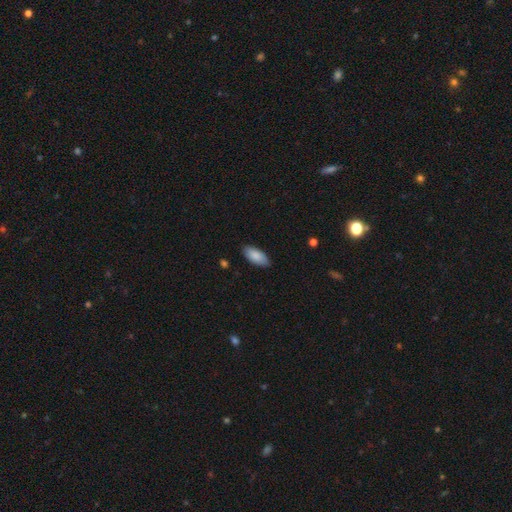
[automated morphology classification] smooth_or_featured: smooth (p=0.88) [alt: featured or disk p=0.07]
how_rounded: in between (p=0.90) [alt: cigar-shaped p=0.08]
merging: none (p=0.85) [alt: minor disturbance p=0.12]